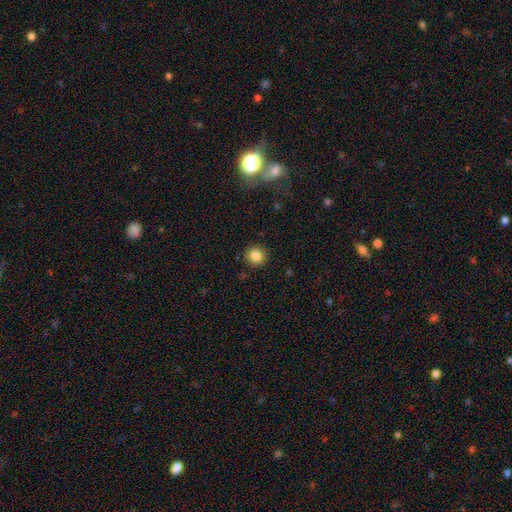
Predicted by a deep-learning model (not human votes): Smooth or featured?
  - smooth: 85% *
  - star or artifact: 10%
  - featured or disk: 5%
How rounded?
  - round: 87% *
  - in between: 12%
  - cigar-shaped: 1%
Merging?
  - none: 89% *
  - minor disturbance: 7%
  - major disturbance: 2%
  - merger: 1%